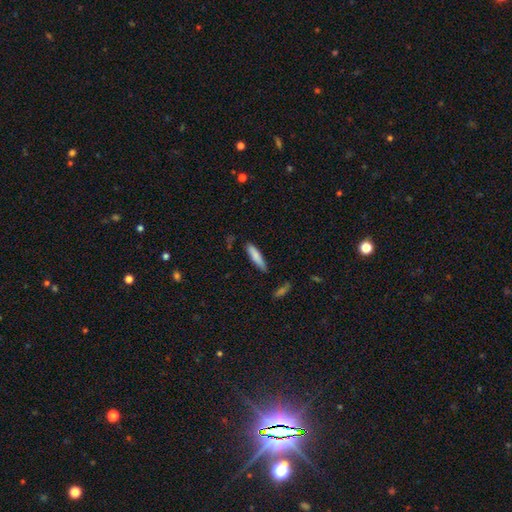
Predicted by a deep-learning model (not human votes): A smooth galaxy with no disk features (80%) that is cigar-shaped (81%).

Vote fractions:
- Smooth or featured? smooth: 80% / featured or disk: 14% / star or artifact: 6%
- How rounded? cigar-shaped: 81% / in between: 17% / round: 1%
- Merging? none: 79% / minor disturbance: 16% / major disturbance: 3% / merger: 2%